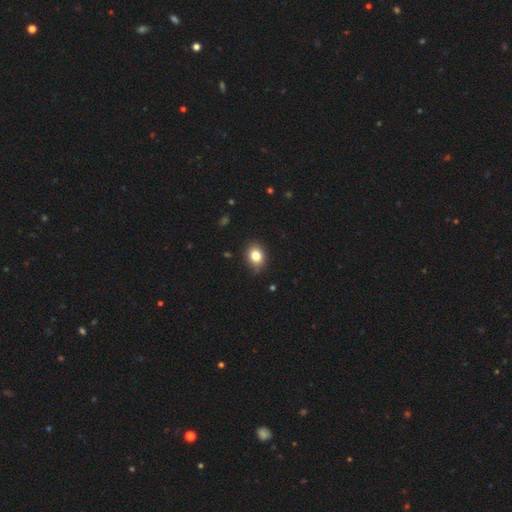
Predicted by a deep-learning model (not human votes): The model was most divided on "how rounded": in between: 55%, round: 44%, cigar-shaped: 1%. More confident: smooth or featured — smooth (83%); merging — none (82%).